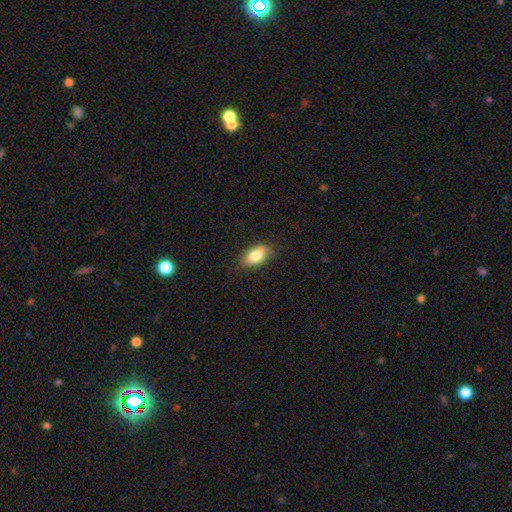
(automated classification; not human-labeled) This is clearly a smooth galaxy (81%). How rounded: clearly in between (89%). Merging: clearly none (82%).